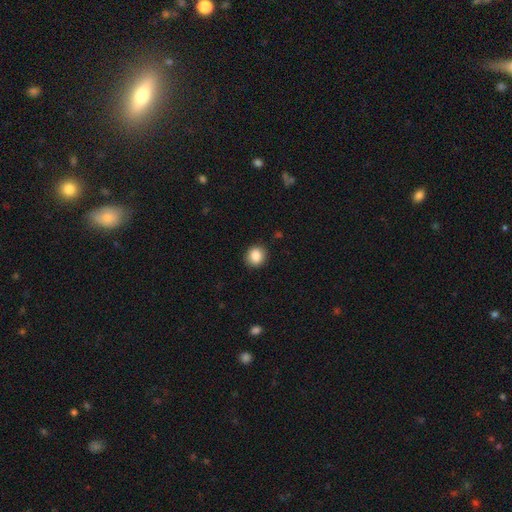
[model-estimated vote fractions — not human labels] Morphology: type=smooth (86%); roundness=round (85%); merging=none (90%).